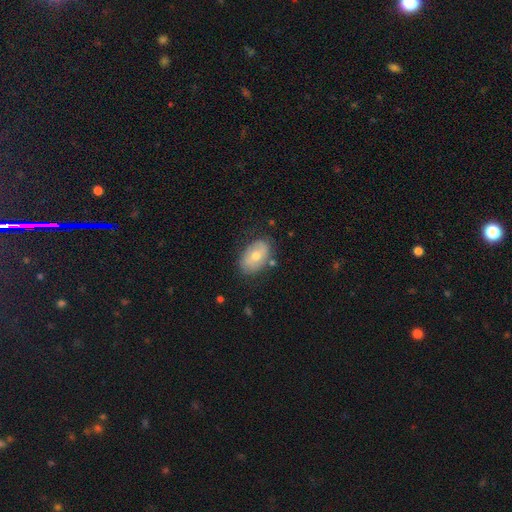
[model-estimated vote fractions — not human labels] Smooth or featured: smooth — 55% (featured or disk — 38%)
How rounded: in between — 89% (round — 10%)
Merging: none — 78% (minor disturbance — 16%)